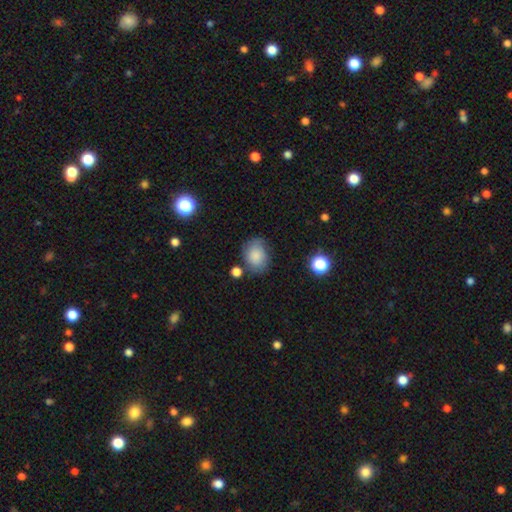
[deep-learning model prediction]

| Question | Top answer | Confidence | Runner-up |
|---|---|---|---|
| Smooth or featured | smooth | 80% | featured or disk (11%) |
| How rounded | in between | 62% | round (37%) |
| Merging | none | 62% | minor disturbance (25%) |